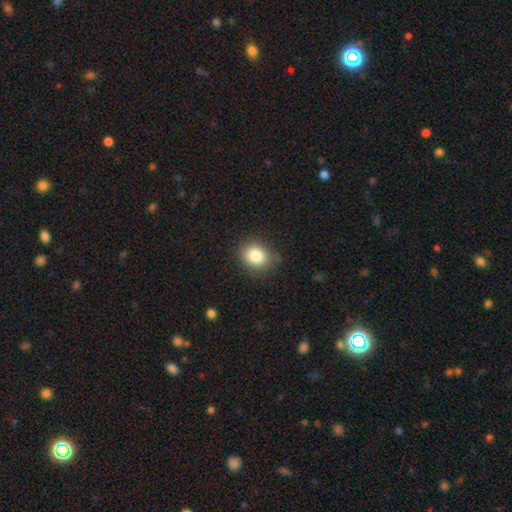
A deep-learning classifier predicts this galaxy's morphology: Smooth or featured? smooth (84%)
How rounded? round (54%)
Merging? none (83%)